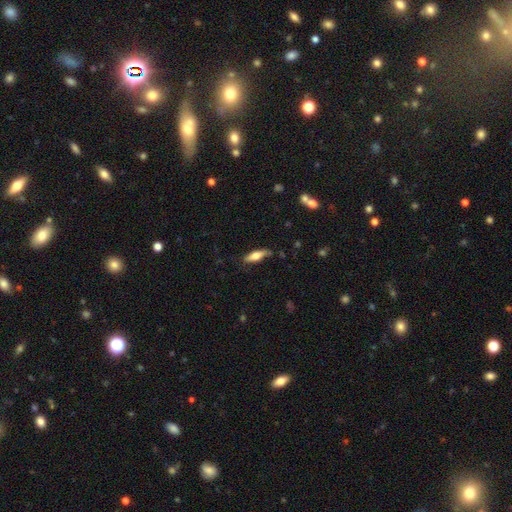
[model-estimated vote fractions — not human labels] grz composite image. It shows a smooth galaxy with no disk features (62%) that is in between round and cigar-shaped (51%). Merging: none (78%).